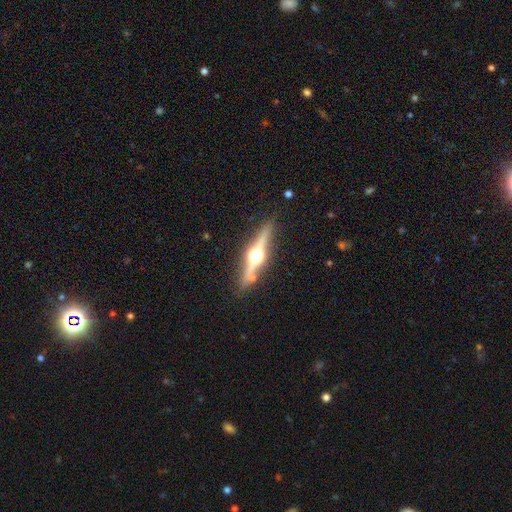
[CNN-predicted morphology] This is likely a featured or disk galaxy (79%). It is clearly viewed edge-on (97%). Edge-on bulge: clearly rounded (96%). Merging: clearly none (84%).